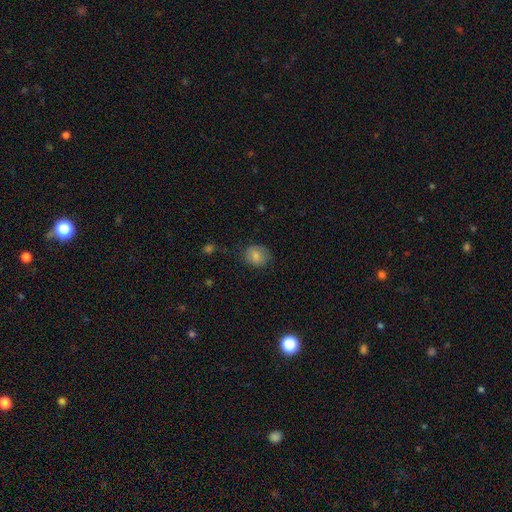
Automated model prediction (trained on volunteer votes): smooth 81%, featured or disk 10%, star or artifact 9%. Down the decision tree: how rounded — round (62%); merging — none (71%).